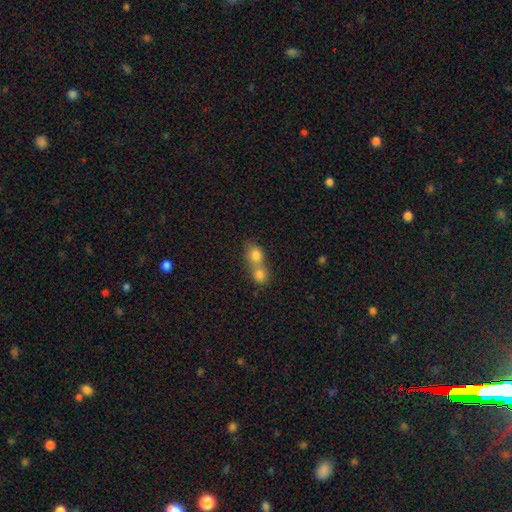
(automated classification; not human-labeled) Smooth or featured? Predicted: smooth (p=0.78). How rounded? Predicted: round (p=0.68). Merging? Predicted: merger (p=0.72).